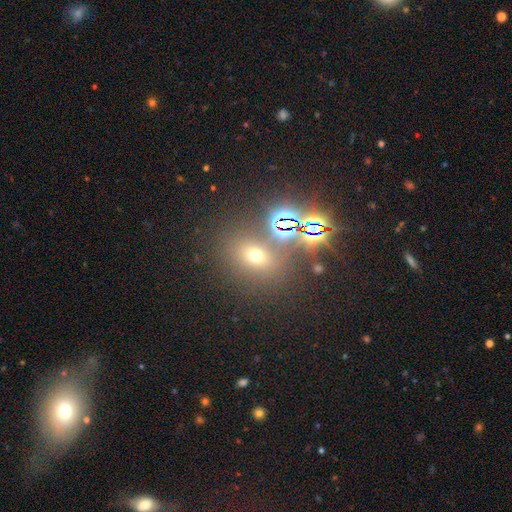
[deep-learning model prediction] Overall: smooth (52%; star or artifact 36%). How rounded: round (57%; in between 41%). Merging: none (73%).